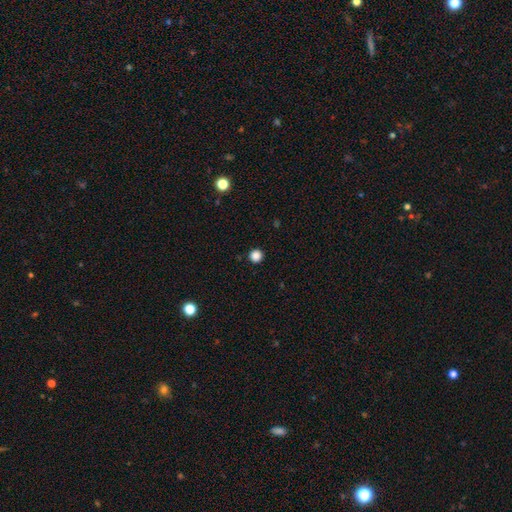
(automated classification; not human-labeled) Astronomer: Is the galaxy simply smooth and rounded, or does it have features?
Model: smooth — 86%.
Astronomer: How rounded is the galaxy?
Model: round — 96%.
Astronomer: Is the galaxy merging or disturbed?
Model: none — 93%.